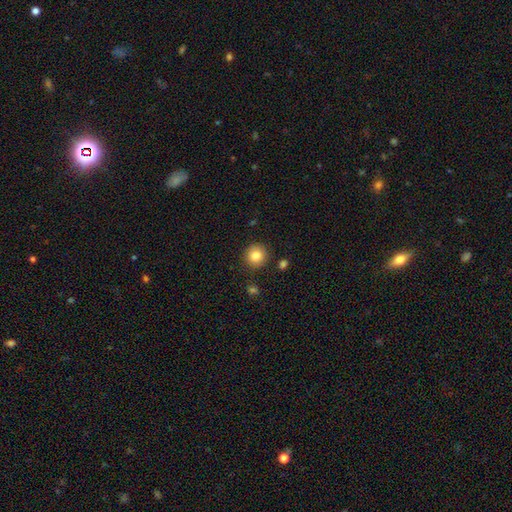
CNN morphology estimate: smooth-or-featured: smooth: 84% | star or artifact: 10% | featured or disk: 7%
  how-rounded: round: 93% | in between: 7% | cigar-shaped: 1%
  merging: none: 88% | minor disturbance: 7% | merger: 2% | major disturbance: 2%